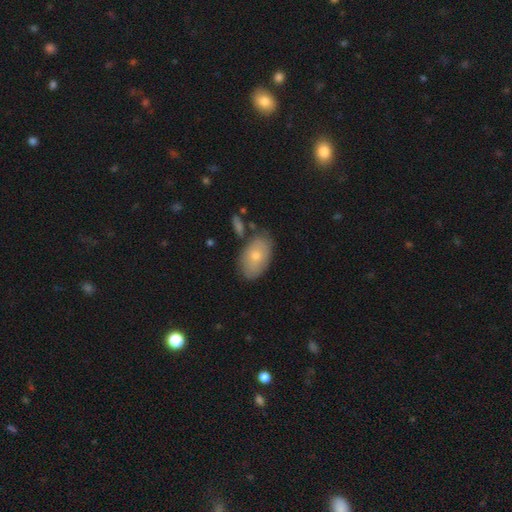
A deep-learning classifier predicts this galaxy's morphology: A smooth galaxy with no disk features (71%) that is in between round and cigar-shaped (92%). Merging: none (72%).